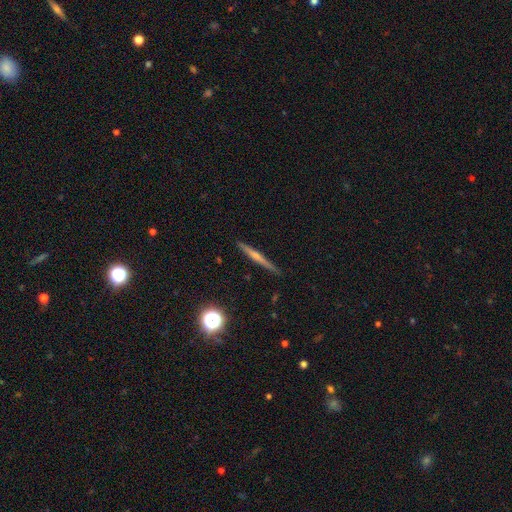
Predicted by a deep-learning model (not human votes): This is likely a featured or disk galaxy (63%). It is clearly viewed edge-on (98%). Edge-on bulge: possibly rounded (58%). Merging: clearly none (90%).